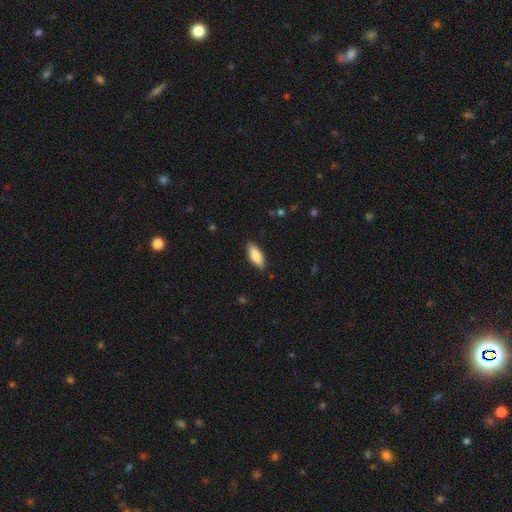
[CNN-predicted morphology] Smooth or featured? smooth (84%)
How rounded? in between (78%)
Merging? none (87%)